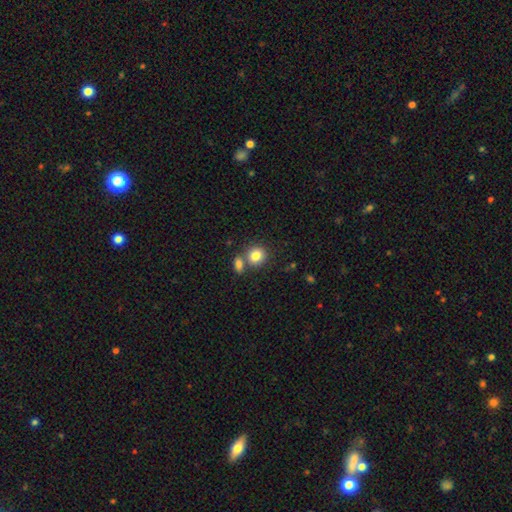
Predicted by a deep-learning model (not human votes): Smooth or featured? Predicted: smooth (p=0.83). How rounded? Predicted: round (p=0.75). Merging? Predicted: none (p=0.58).